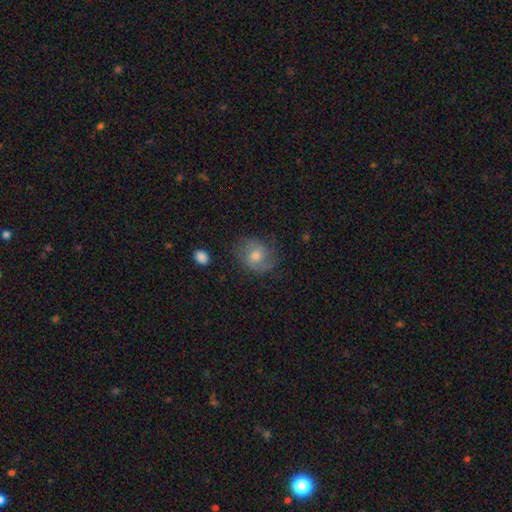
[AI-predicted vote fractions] This appears to be a featured or disk galaxy (50%). Merging: none (74%).